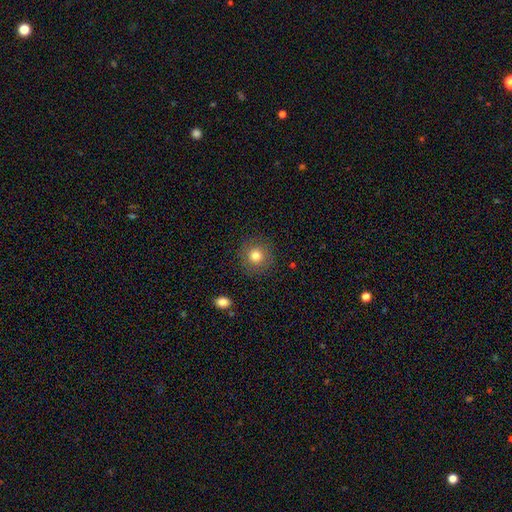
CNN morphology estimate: A smooth galaxy with no disk features (79%) that is round (93%).

Vote fractions:
- Smooth or featured? smooth: 79% / star or artifact: 11% / featured or disk: 10%
- How rounded? round: 93% / in between: 6% / cigar-shaped: 1%
- Merging? none: 88% / minor disturbance: 8% / major disturbance: 3% / merger: 1%